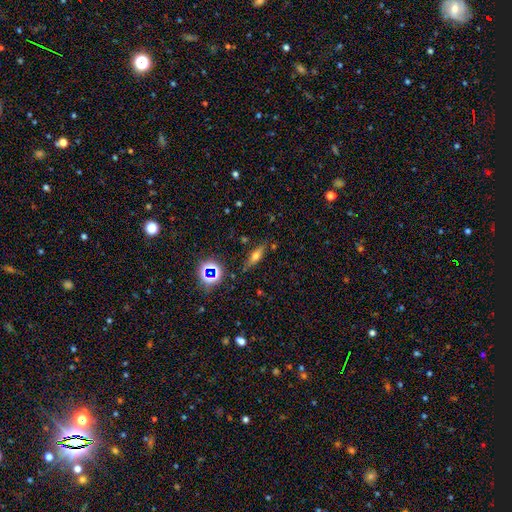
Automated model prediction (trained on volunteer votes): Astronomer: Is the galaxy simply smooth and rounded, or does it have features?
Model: smooth — 49% (runner-up: featured or disk, 33%).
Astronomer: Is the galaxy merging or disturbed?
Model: none — 81%.